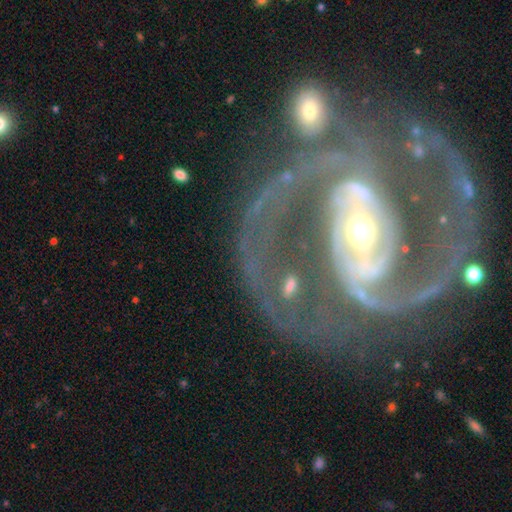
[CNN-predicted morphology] This is clearly a featured or disk galaxy (90%). It is clearly not viewed edge-on (97%). Bar: marginally strong (42%). Spiral arm pattern: clearly yes (96%). Spiral arm count: clearly 2 (86%). Spiral winding: possibly medium (54%). Central bulge: possibly moderate (55%). Merging: possibly none (48%).